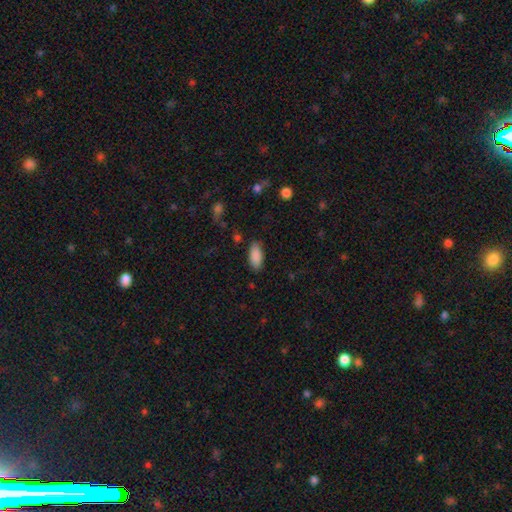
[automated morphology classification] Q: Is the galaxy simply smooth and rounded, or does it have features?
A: smooth — 89%.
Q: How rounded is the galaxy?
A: in between — 88%.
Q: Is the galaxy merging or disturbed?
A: none — 84%.